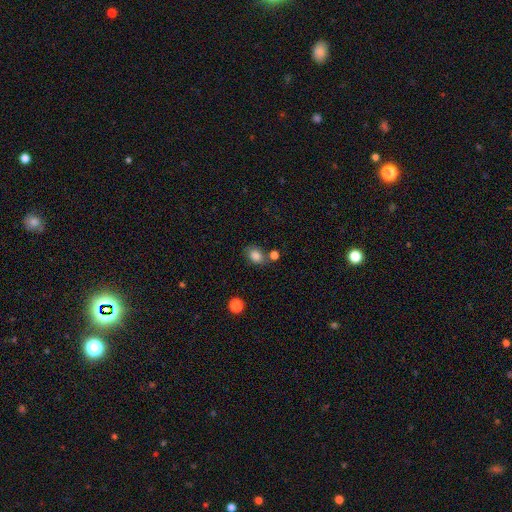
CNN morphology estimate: smooth_or_featured: smooth (p=0.84) [alt: star or artifact p=0.10]
how_rounded: in between (p=0.68) [alt: round p=0.31]
merging: none (p=0.63) [alt: minor disturbance p=0.16]